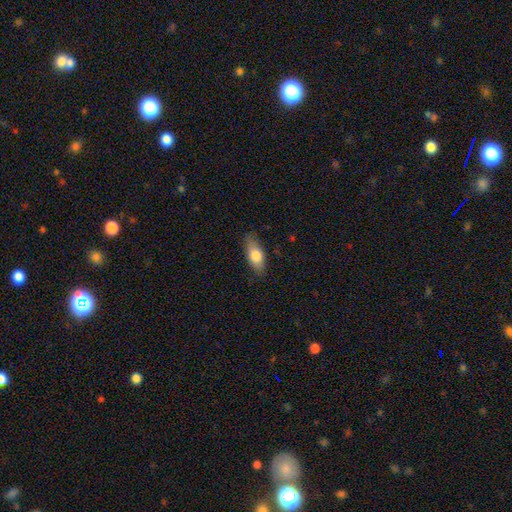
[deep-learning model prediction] A smooth galaxy with no disk features (74%) that is in between round and cigar-shaped (78%).

Vote fractions:
- Smooth or featured? smooth: 74% / featured or disk: 19% / star or artifact: 6%
- How rounded? in between: 78% / cigar-shaped: 18% / round: 4%
- Merging? none: 79% / minor disturbance: 17% / major disturbance: 3% / merger: 1%